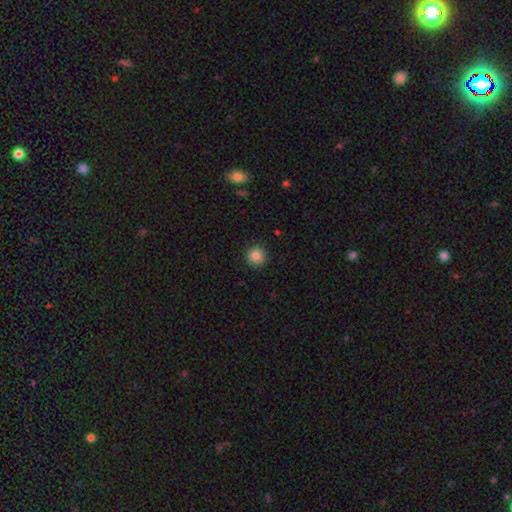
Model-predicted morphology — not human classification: Smooth or featured: smooth — 85% (star or artifact — 10%)
How rounded: round — 94% (in between — 5%)
Merging: none — 88% (minor disturbance — 8%)